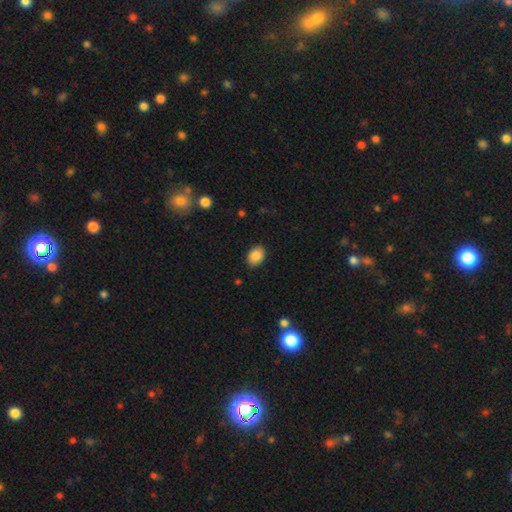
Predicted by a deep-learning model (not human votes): This is clearly a smooth galaxy (86%). How rounded: likely in between (74%). Merging: clearly none (85%).